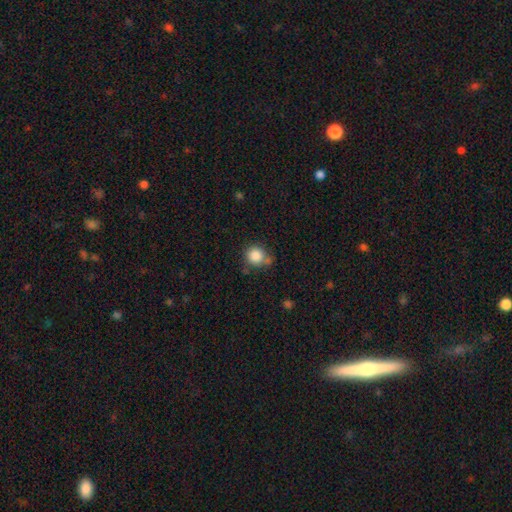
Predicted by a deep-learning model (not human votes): Q: Smooth or featured?
A: smooth (86%); runner-up: star or artifact (10%)
Q: How rounded?
A: round (89%); runner-up: in between (10%)
Q: Merging?
A: none (64%); runner-up: minor disturbance (19%)